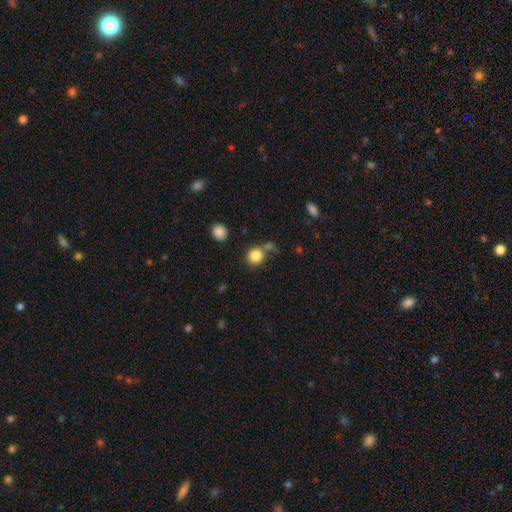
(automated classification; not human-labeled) Q: Smooth or featured?
A: smooth (85%); runner-up: star or artifact (10%)
Q: How rounded?
A: round (84%); runner-up: in between (15%)
Q: Merging?
A: none (71%); runner-up: merger (14%)